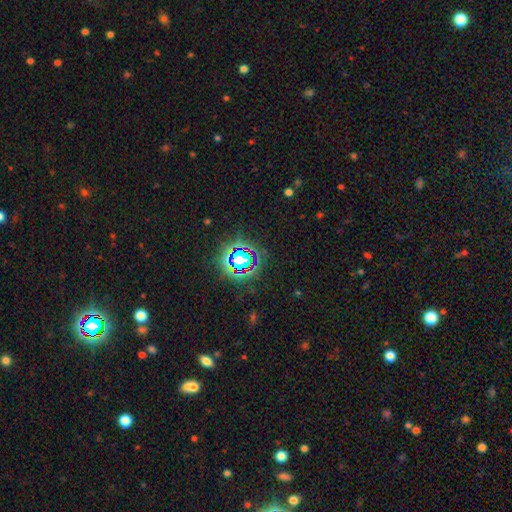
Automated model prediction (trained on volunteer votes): The model was most divided on "smooth or featured": star or artifact: 82%, smooth: 11%, featured or disk: 7%.